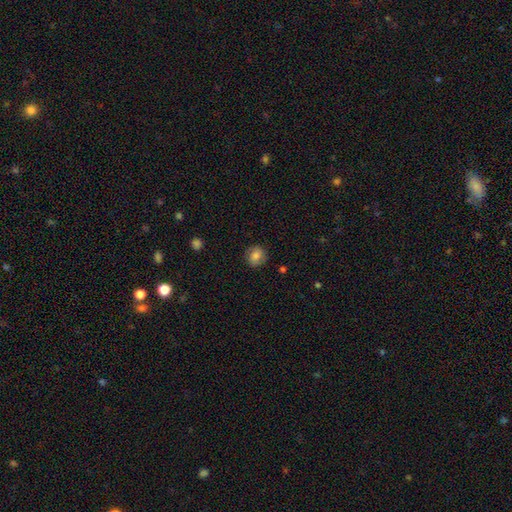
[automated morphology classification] The model was most divided on "how rounded": round: 75%, in between: 24%, cigar-shaped: 1%. More confident: merging — none (85%); smooth or featured — smooth (83%).